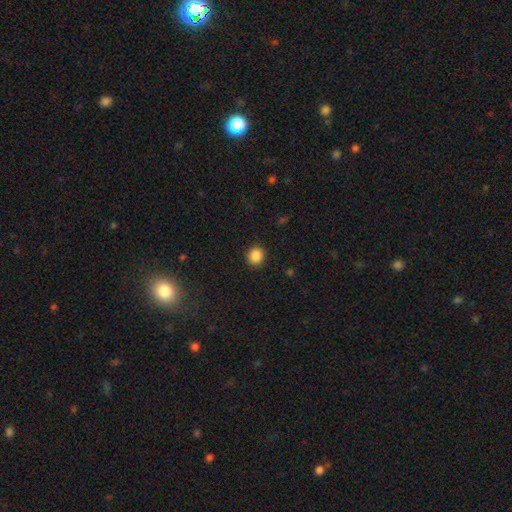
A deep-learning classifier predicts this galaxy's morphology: A smooth galaxy with no disk features (87%) that is round (84%). Merging: none (91%).